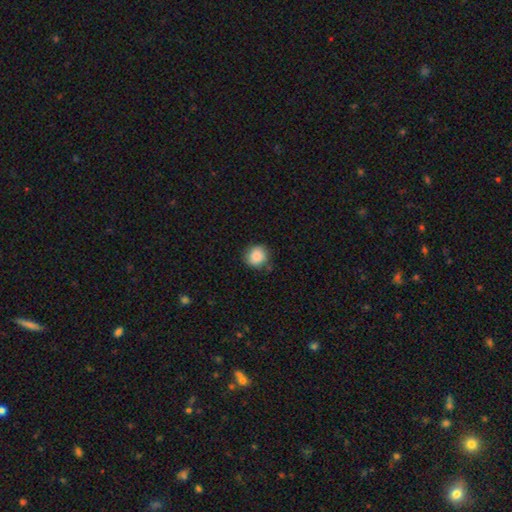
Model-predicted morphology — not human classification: This is clearly a smooth galaxy (87%). How rounded: clearly round (84%). Merging: likely none (79%).